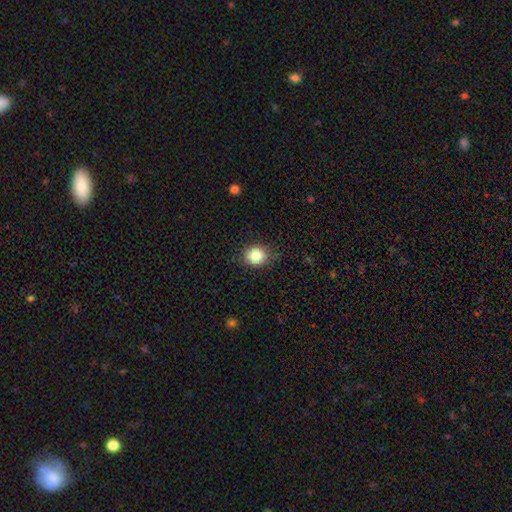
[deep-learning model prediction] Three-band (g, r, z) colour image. It shows a smooth galaxy with no disk features (85%) that is round (74%). Merging: none (80%).